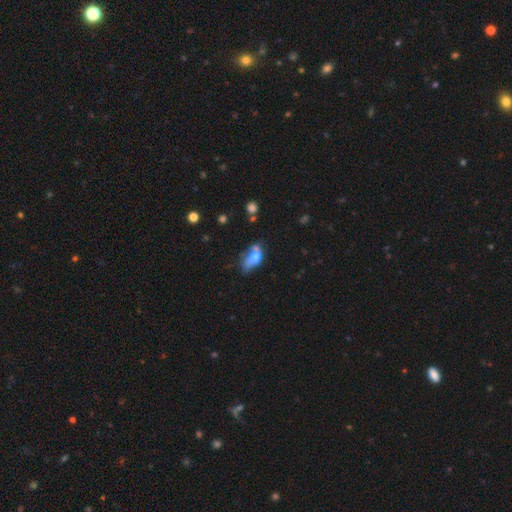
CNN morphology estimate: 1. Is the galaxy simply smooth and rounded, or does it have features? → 58% smooth, 32% featured or disk, 10% star or artifact.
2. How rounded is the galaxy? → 81% in between, 11% cigar-shaped, 8% round.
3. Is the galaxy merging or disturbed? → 28% merger, 26% none, 24% minor disturbance, 22% major disturbance.